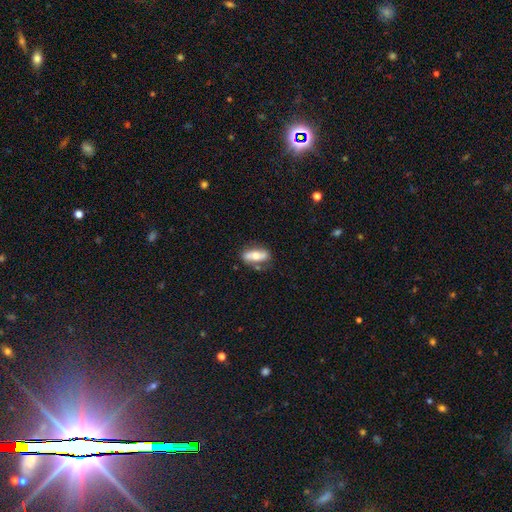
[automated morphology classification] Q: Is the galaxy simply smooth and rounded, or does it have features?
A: smooth — 56%.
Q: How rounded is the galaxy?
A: in between — 76%.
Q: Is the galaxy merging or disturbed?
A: none — 71%.